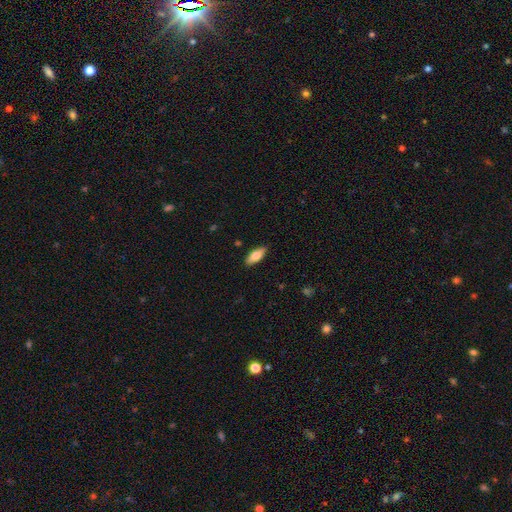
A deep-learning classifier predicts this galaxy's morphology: Smooth or featured: smooth — 76% (featured or disk — 18%)
How rounded: in between — 78% (cigar-shaped — 20%)
Merging: none — 88% (minor disturbance — 9%)